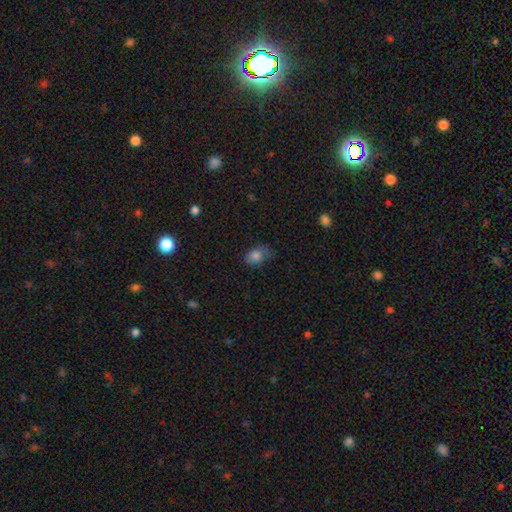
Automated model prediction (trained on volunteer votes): Smooth or featured? Predicted: smooth (p=0.81). How rounded? Predicted: in between (p=0.74). Merging? Predicted: none (p=0.47).